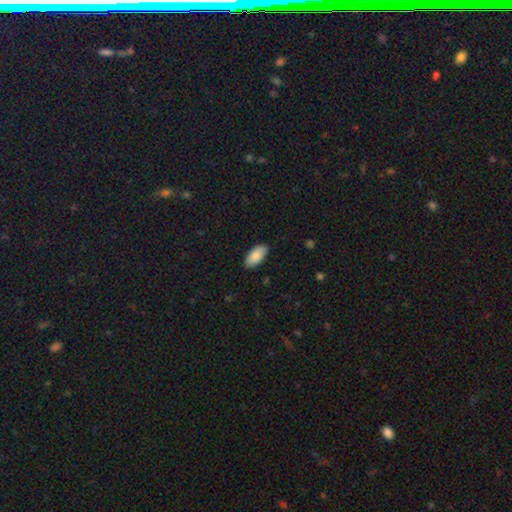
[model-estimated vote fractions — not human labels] smooth_or_featured: smooth (p=0.88) [alt: featured or disk p=0.06]
how_rounded: in between (p=0.94) [alt: cigar-shaped p=0.04]
merging: none (p=0.87) [alt: minor disturbance p=0.10]